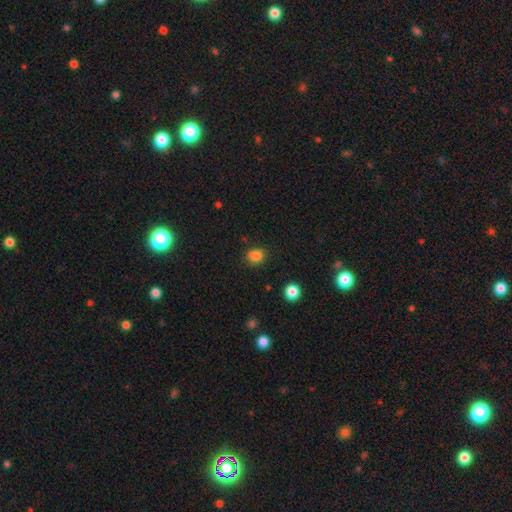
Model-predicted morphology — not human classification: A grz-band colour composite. It shows a smooth galaxy with no disk features (84%) that is round (64%). Merging: none (82%).